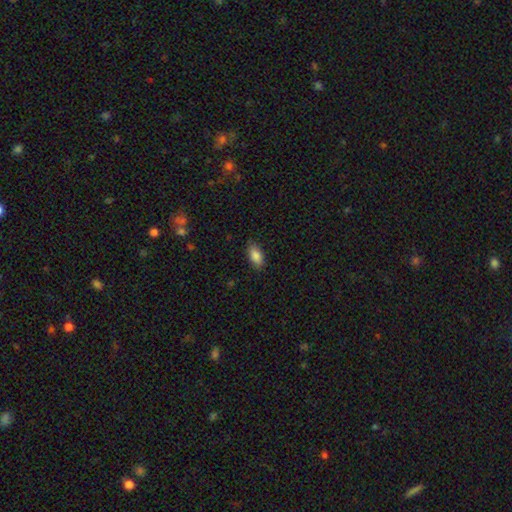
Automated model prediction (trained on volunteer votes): smooth-or-featured: smooth: 86% | star or artifact: 8% | featured or disk: 7%
  how-rounded: in between: 90% | cigar-shaped: 6% | round: 4%
  merging: none: 84% | minor disturbance: 12% | major disturbance: 3% | merger: 1%